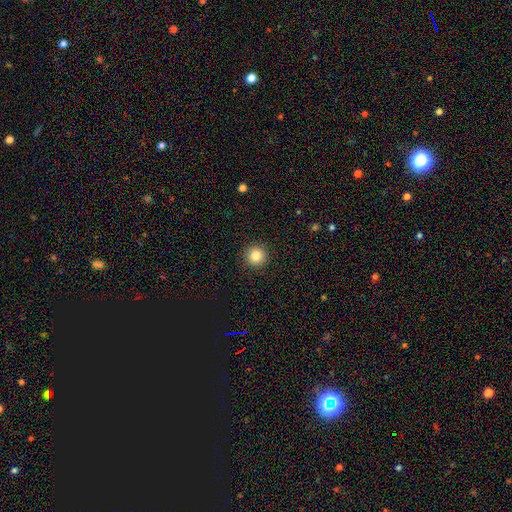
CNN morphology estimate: Overall: smooth (84%). How rounded: round (95%). Merging: none (92%).